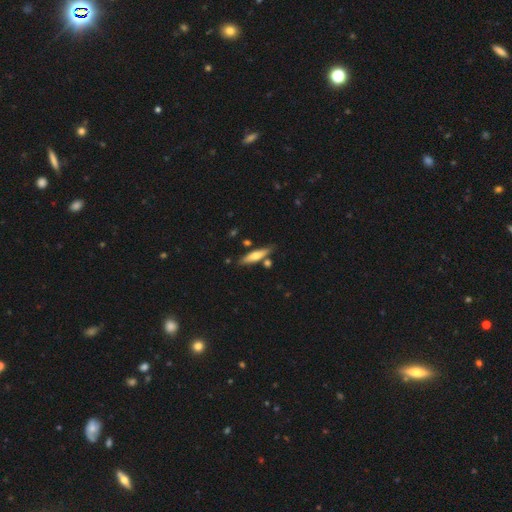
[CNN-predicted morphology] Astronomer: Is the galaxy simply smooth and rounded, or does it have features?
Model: smooth — 57% (runner-up: featured or disk, 37%).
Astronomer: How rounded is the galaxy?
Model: cigar-shaped — 76%.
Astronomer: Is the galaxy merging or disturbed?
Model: none — 77%.